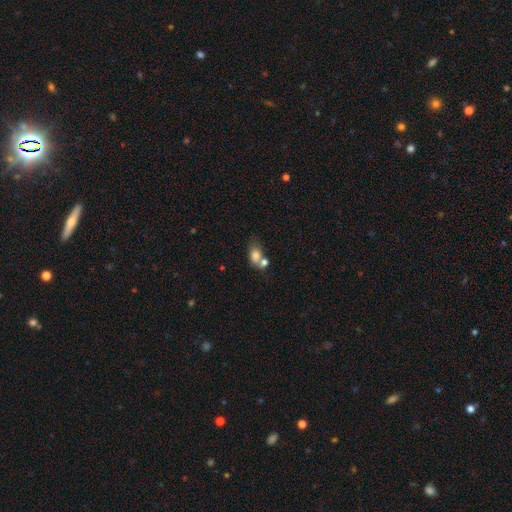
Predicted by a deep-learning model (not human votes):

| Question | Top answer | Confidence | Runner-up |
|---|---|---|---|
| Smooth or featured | smooth | 74% | featured or disk (16%) |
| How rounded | in between | 79% | round (19%) |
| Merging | merger | 49% | none (29%) |